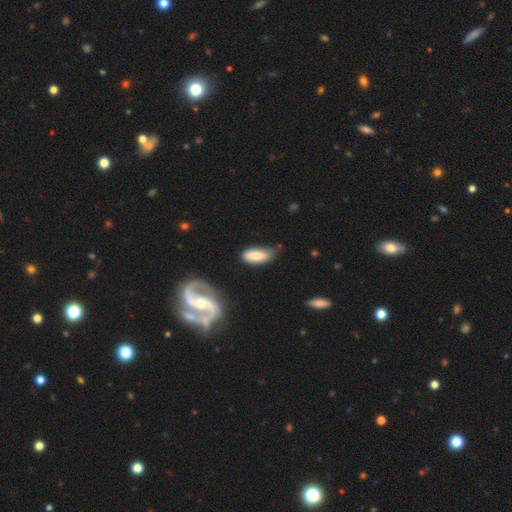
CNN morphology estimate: smooth_or_featured: smooth (p=0.73) [alt: featured or disk p=0.21]
how_rounded: in between (p=0.80) [alt: cigar-shaped p=0.17]
merging: none (p=0.53) [alt: minor disturbance p=0.33]